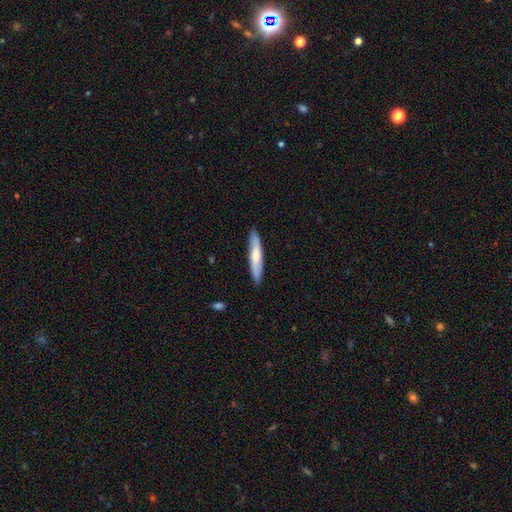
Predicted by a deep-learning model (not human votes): Smooth or featured?
  - smooth: 65% *
  - featured or disk: 30%
  - star or artifact: 5%
How rounded?
  - cigar-shaped: 89% *
  - in between: 10%
  - round: 1%
Merging?
  - none: 89% *
  - minor disturbance: 9%
  - major disturbance: 1%
  - merger: 1%